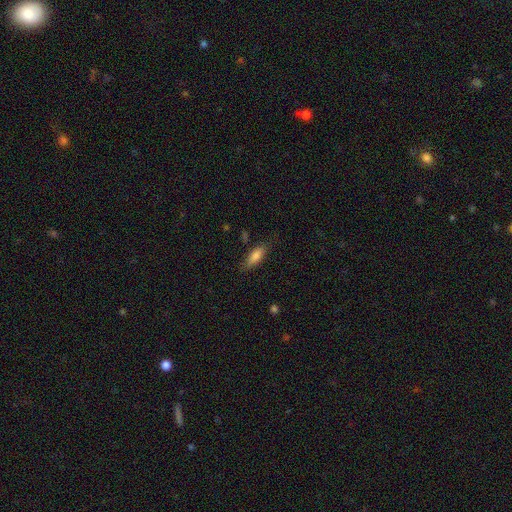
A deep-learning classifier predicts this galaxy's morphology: Overall: smooth (77%). How rounded: in between (58%; cigar-shaped 40%). Merging: none (78%).